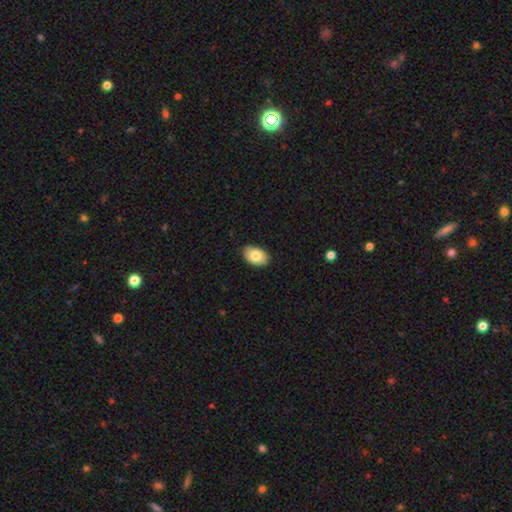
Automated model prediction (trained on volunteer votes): Smooth or featured: smooth — 82% (featured or disk — 11%)
How rounded: in between — 90% (round — 9%)
Merging: none — 86% (minor disturbance — 12%)